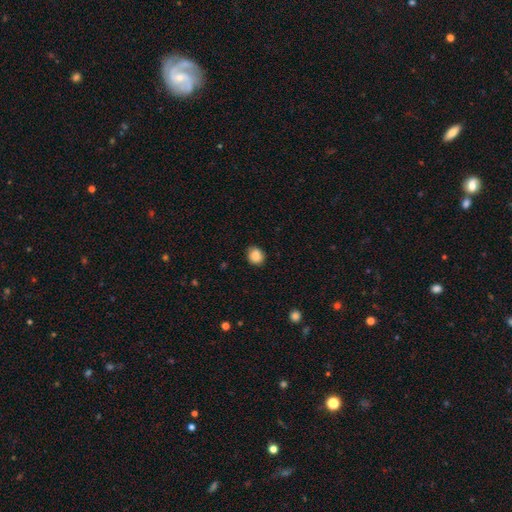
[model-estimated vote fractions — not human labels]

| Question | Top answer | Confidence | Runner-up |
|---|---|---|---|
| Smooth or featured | smooth | 88% | star or artifact (9%) |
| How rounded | round | 72% | in between (27%) |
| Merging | none | 82% | minor disturbance (14%) |